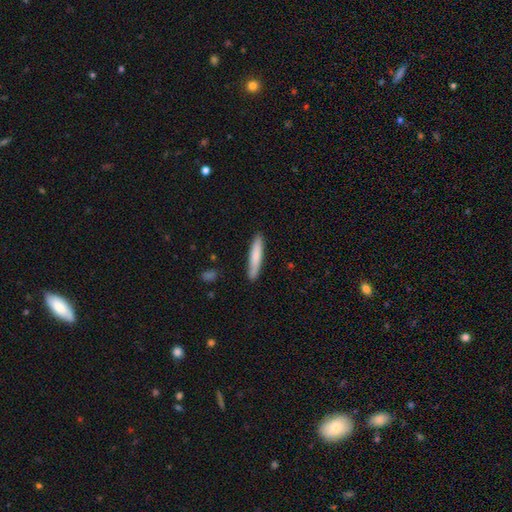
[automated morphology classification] The model was most divided on "smooth or featured": smooth: 78%, featured or disk: 16%, star or artifact: 5%. More confident: how rounded — cigar-shaped (90%); merging — none (87%).